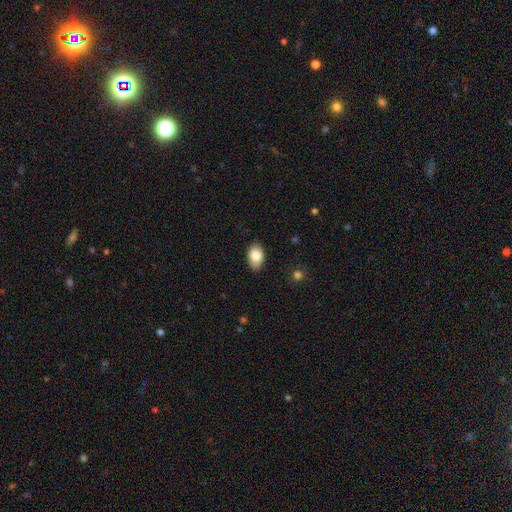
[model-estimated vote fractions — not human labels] Morphology: type=smooth (84%); roundness=in between (90%); merging=none (83%).